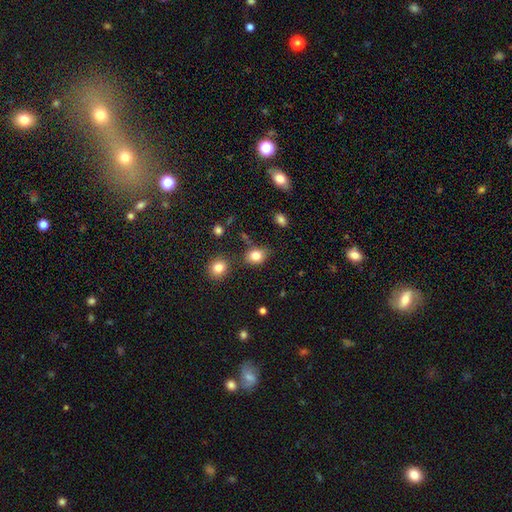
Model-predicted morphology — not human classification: The model was most divided on "how rounded": in between: 57%, round: 41%, cigar-shaped: 1%. More confident: smooth or featured — smooth (82%); merging — none (71%).